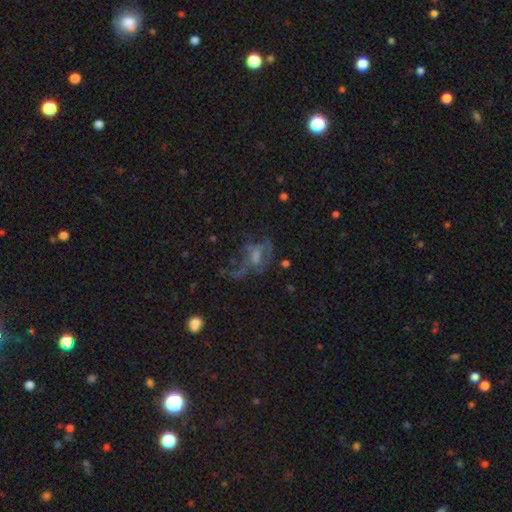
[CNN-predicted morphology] smooth-or-featured: featured or disk: 58% | smooth: 25% | star or artifact: 17%
  disk-edge-on: no: 95% | yes: 5%
    bar: no: 55% | weak: 35% | strong: 11%
    has-spiral-arms: no: 54% | yes: 46%
    bulge-size: none: 32% | moderate: 31% | small: 29% | large: 7% | dominant: 2%
  merging: major disturbance: 48% | none: 30% | minor disturbance: 16% | merger: 6%